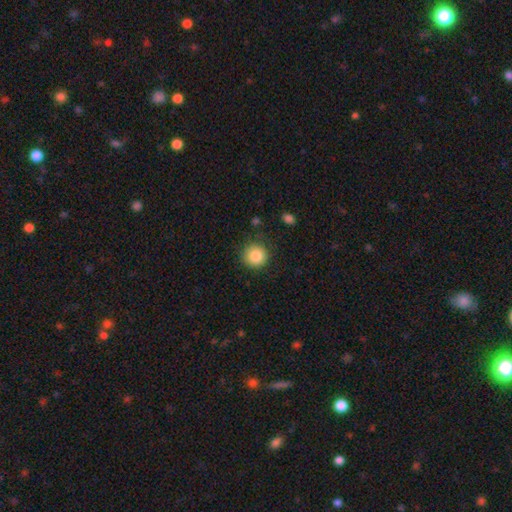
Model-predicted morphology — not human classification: smooth 86%, star or artifact 10%, featured or disk 5%. Down the decision tree: how rounded — round (94%); merging — none (87%).